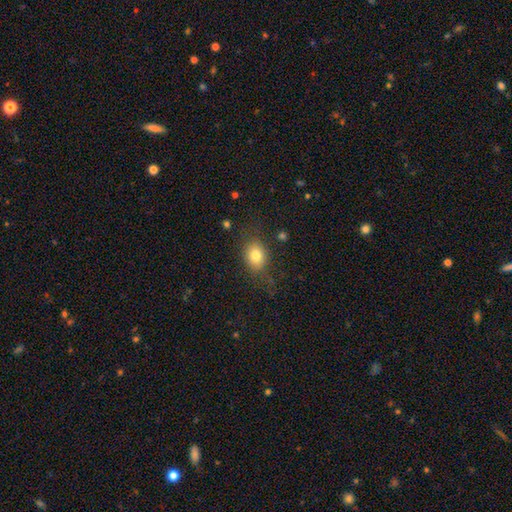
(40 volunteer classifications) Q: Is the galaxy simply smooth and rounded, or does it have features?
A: smooth — 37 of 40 (92%).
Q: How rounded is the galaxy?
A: in between — 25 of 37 (68%).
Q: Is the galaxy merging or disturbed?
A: none — 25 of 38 (66%).